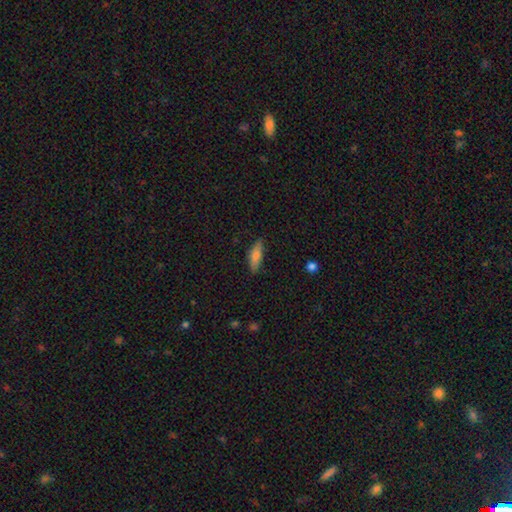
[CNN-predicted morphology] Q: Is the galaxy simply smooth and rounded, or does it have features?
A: smooth — 74%.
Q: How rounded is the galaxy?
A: in between — 53%.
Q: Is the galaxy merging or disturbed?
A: none — 83%.